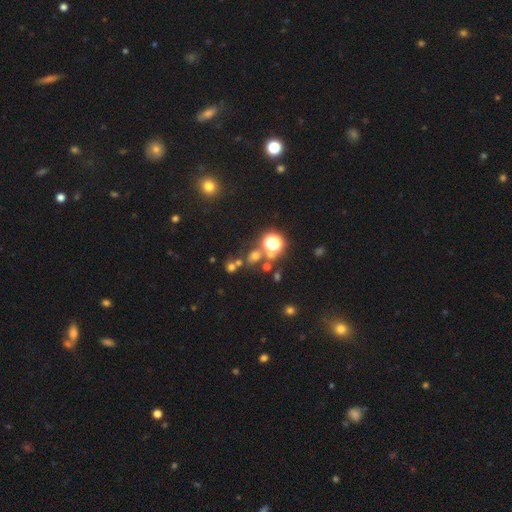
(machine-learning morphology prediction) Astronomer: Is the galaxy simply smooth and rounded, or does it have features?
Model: star or artifact — 55% (runner-up: smooth, 34%).